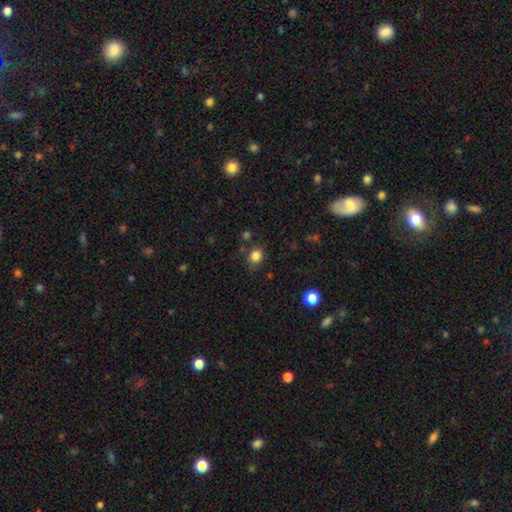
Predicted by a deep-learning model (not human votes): A smooth galaxy with no disk features (83%) that is round (73%). Merging: none (78%).